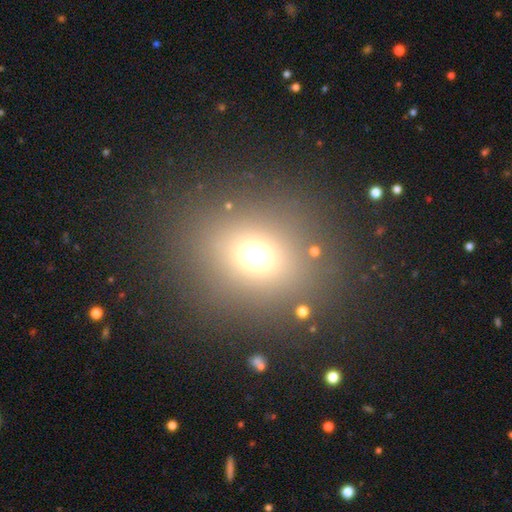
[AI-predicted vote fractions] Overall: smooth (64%; star or artifact 26%). How rounded: round (74%). Merging: none (84%).